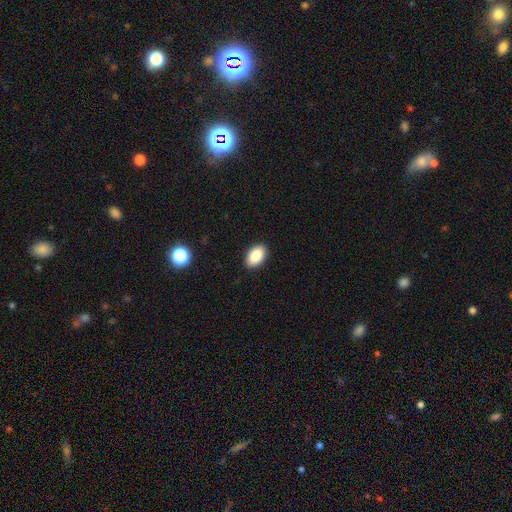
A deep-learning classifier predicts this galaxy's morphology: type=smooth (88%); roundness=in between (93%); merging=none (90%).